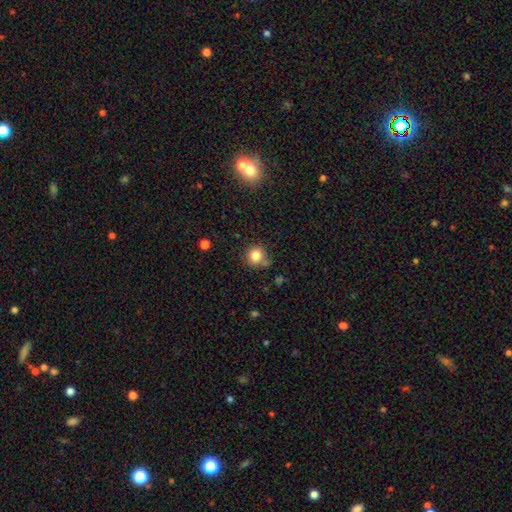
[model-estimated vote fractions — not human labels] smooth_or_featured: smooth (p=0.83) [alt: star or artifact p=0.11]
how_rounded: round (p=0.89) [alt: in between p=0.10]
merging: none (p=0.71) [alt: minor disturbance p=0.15]